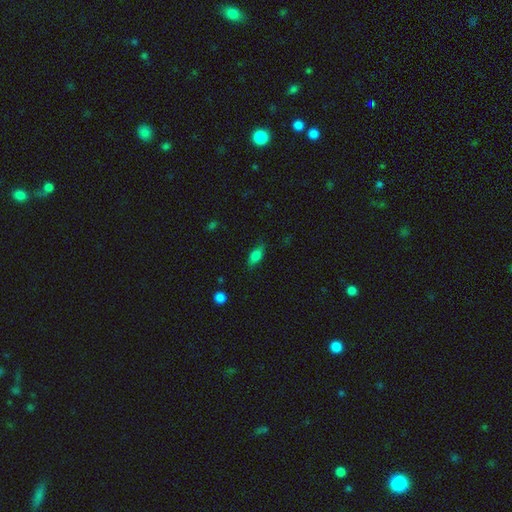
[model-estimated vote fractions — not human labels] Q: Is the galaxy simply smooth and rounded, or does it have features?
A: smooth — 71%.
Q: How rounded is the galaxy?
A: in between — 77%.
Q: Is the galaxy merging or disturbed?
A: none — 77%.